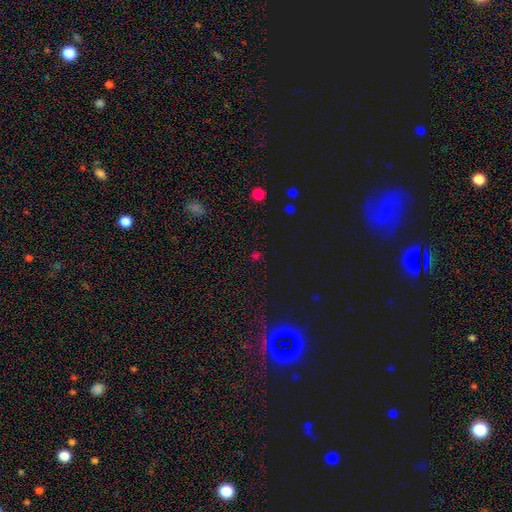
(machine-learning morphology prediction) This appears to be a star or artifact, not a galaxy (59%).